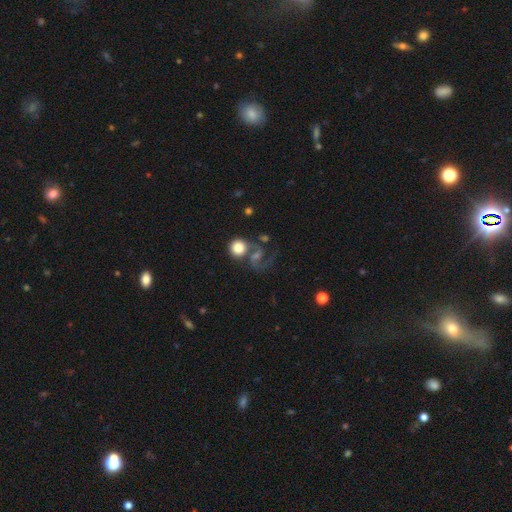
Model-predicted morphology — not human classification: A featured or disk galaxy (50%). Merging: none (46%).